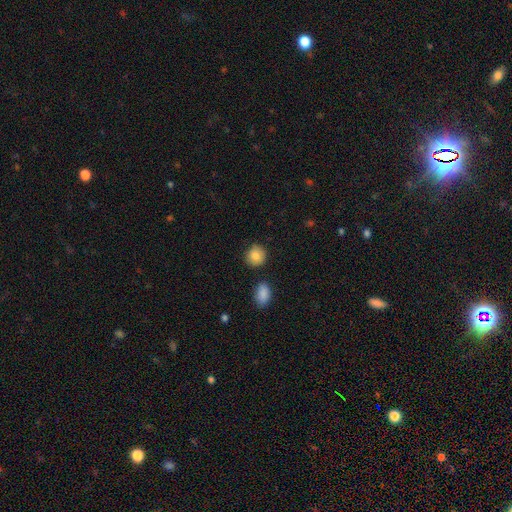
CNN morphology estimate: smooth-or-featured: smooth: 86% | star or artifact: 8% | featured or disk: 7%
  how-rounded: round: 86% | in between: 13% | cigar-shaped: 1%
  merging: none: 84% | minor disturbance: 10% | merger: 4% | major disturbance: 2%